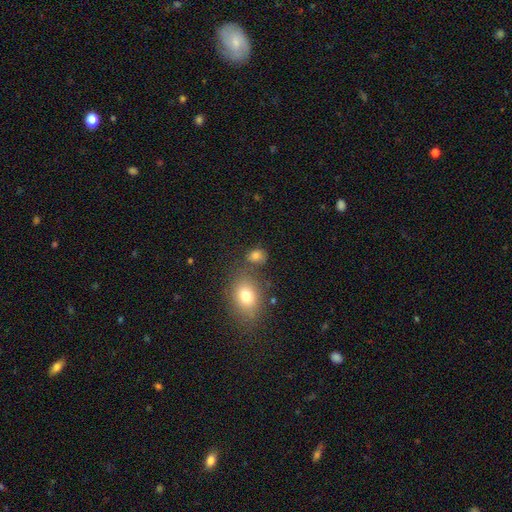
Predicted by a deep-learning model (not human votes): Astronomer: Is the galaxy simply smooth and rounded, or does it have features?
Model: smooth — 77%.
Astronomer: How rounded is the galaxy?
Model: in between — 52% (runner-up: round, 46%).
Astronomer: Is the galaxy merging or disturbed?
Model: none — 65%.